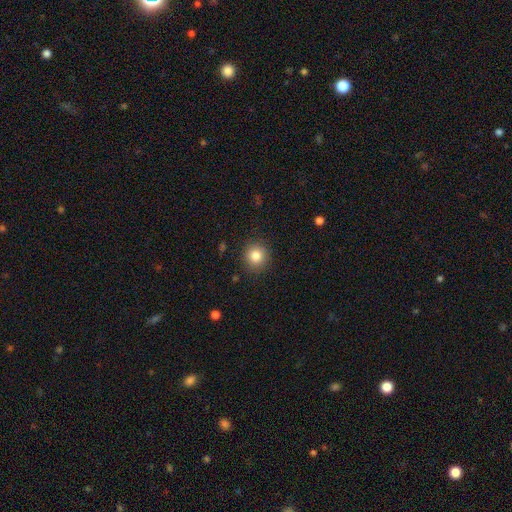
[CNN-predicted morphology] Smooth or featured?
  - smooth: 84% *
  - star or artifact: 10%
  - featured or disk: 6%
How rounded?
  - round: 92% *
  - in between: 7%
  - cigar-shaped: 1%
Merging?
  - none: 90% *
  - minor disturbance: 7%
  - major disturbance: 2%
  - merger: 1%